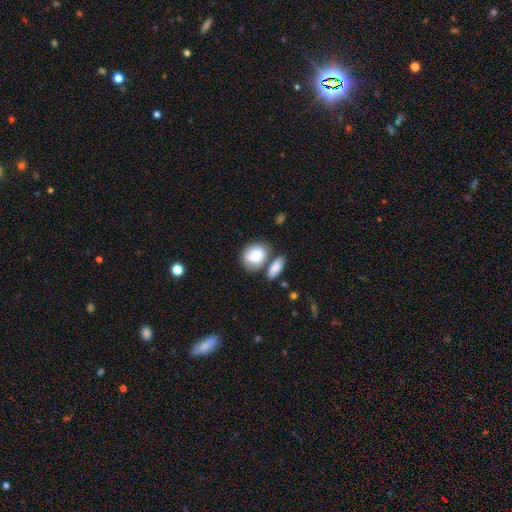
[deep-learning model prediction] Morphology: type=smooth (84%); roundness=in between (57%); merging=none (41%).